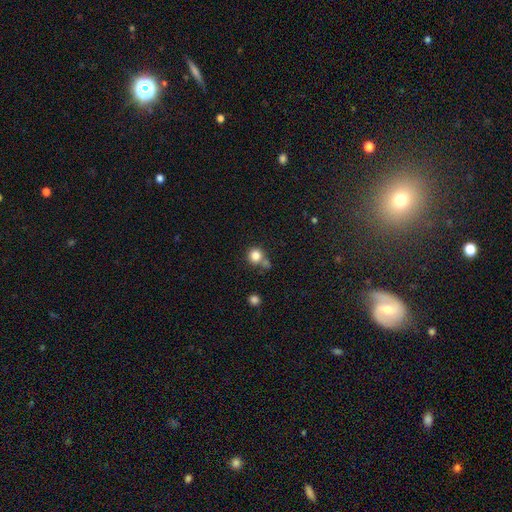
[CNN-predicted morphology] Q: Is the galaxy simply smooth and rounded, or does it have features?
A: smooth — 83%.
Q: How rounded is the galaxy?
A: round — 92%.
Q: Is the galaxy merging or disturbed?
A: none — 62%.